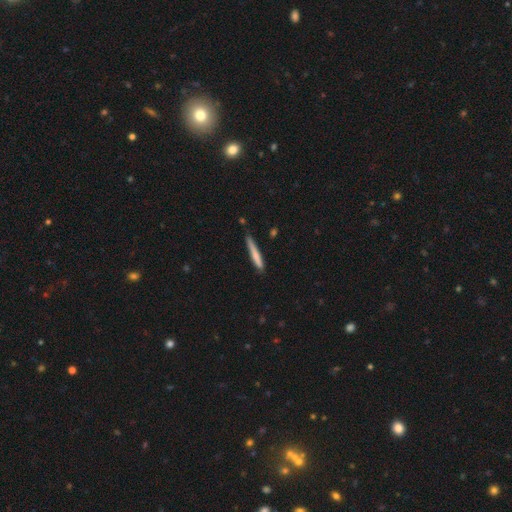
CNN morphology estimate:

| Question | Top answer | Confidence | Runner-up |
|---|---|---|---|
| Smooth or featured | smooth | 71% | featured or disk (23%) |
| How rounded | cigar-shaped | 95% | in between (4%) |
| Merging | none | 75% | minor disturbance (20%) |